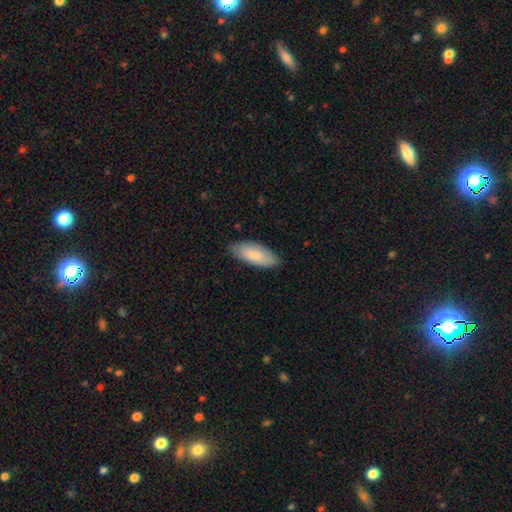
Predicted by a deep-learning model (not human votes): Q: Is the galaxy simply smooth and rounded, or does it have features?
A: smooth — 82%.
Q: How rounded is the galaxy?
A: in between — 84%.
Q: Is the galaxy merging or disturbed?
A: none — 81%.